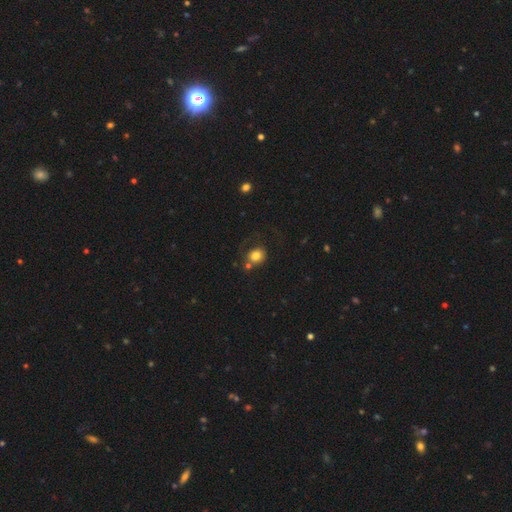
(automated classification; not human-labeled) This is clearly a smooth galaxy (80%). How rounded: likely round (75%). Merging: possibly none (58%).